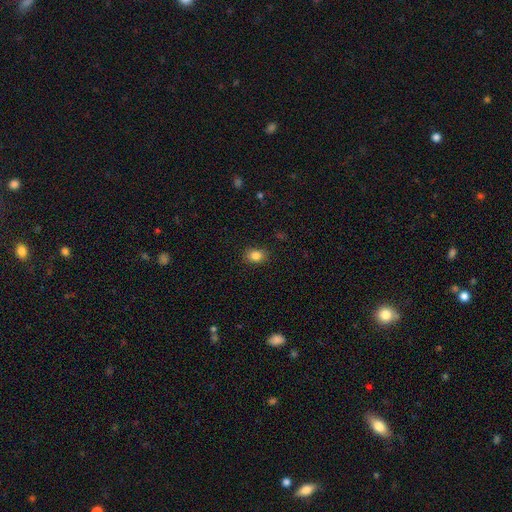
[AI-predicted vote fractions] This appears to be a smooth galaxy with no disk features (84%) that is in between round and cigar-shaped (63%). Merging: none (87%).